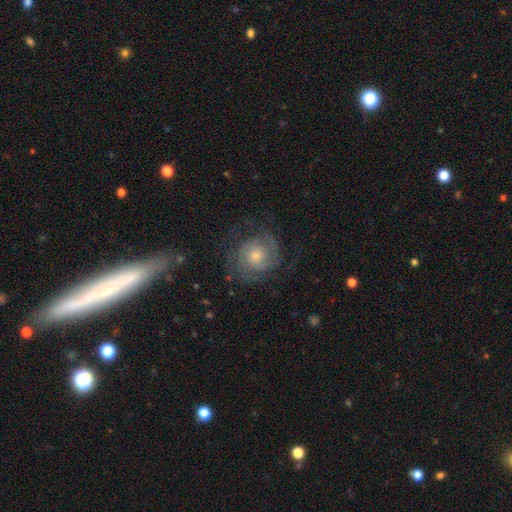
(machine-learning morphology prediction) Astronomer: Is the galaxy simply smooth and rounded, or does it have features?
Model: featured or disk — 77%.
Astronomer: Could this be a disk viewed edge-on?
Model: no — 98%.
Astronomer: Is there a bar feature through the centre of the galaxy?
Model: no — 76%.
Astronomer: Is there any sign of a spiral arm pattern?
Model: yes — 94%.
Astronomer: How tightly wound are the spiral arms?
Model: tight — 57% (runner-up: medium, 34%).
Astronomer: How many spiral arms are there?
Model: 2 — 62%.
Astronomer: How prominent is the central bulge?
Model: moderate — 50% (runner-up: small, 41%).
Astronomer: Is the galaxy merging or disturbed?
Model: none — 73%.